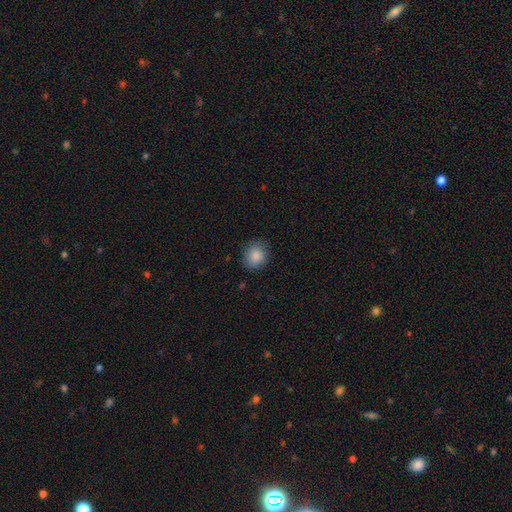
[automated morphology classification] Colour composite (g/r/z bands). It shows a smooth galaxy with no disk features (87%) that is round (70%). Merging: none (82%).